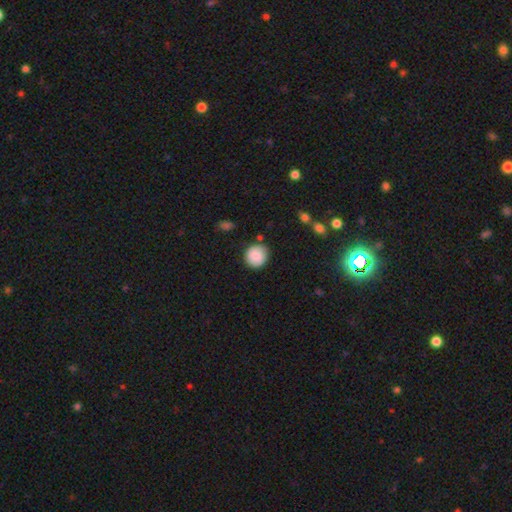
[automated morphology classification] The model was most divided on "merging": none: 81%, minor disturbance: 13%, major disturbance: 3%, merger: 3%. More confident: how rounded — round (90%); smooth or featured — smooth (86%).